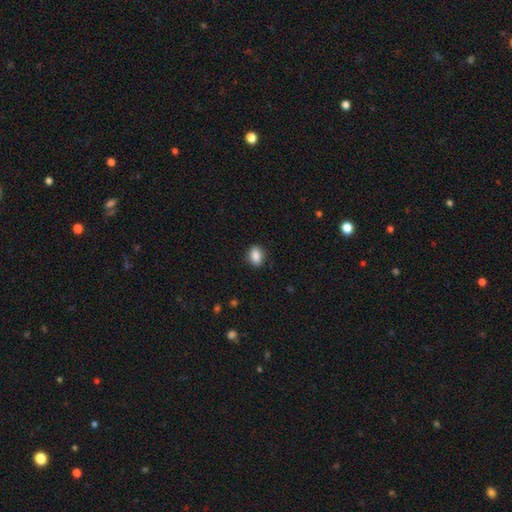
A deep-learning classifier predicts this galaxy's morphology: Smooth or featured? Predicted: smooth (p=0.87). How rounded? Predicted: in between (p=0.78). Merging? Predicted: none (p=0.87).